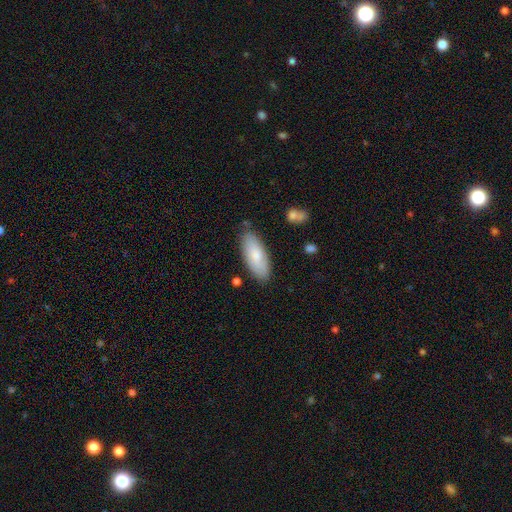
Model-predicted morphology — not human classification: smooth 78%, featured or disk 17%, star or artifact 6%. Down the decision tree: how rounded — in between (78%); merging — none (80%).